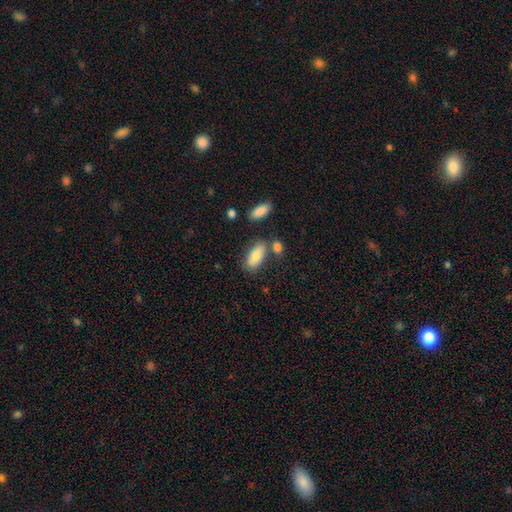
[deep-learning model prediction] Smooth or featured? Predicted: smooth (p=0.79). How rounded? Predicted: in between (p=0.86). Merging? Predicted: none (p=0.67).